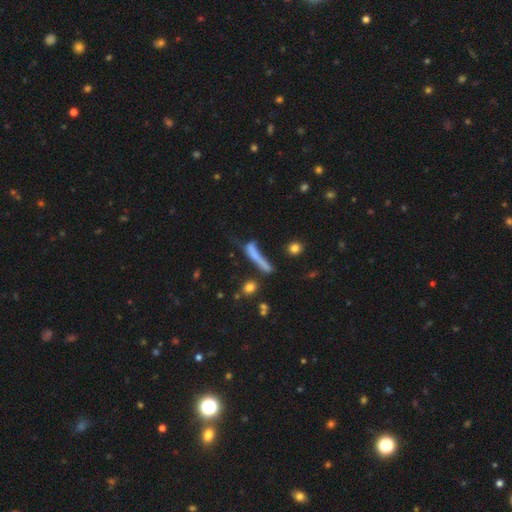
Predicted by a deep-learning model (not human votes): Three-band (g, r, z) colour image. It shows a smooth galaxy with no disk features (57%) that is cigar-shaped (84%). Merging: none (45%).